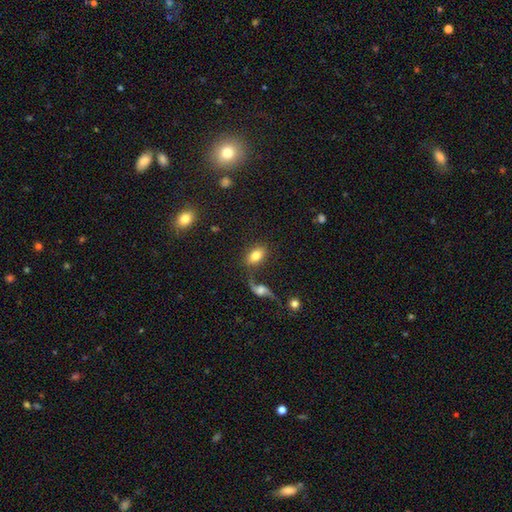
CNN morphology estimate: smooth_or_featured: smooth (p=0.77) [alt: featured or disk p=0.14]
how_rounded: in between (p=0.89) [alt: round p=0.09]
merging: none (p=0.67) [alt: merger p=0.14]